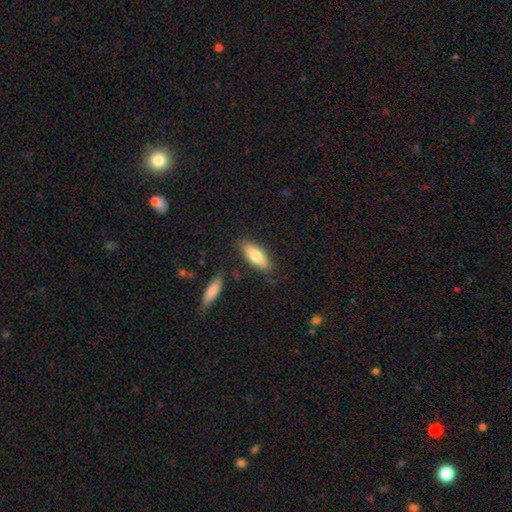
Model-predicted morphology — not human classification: smooth-or-featured: smooth: 76% | featured or disk: 19% | star or artifact: 6%
  how-rounded: in between: 66% | cigar-shaped: 32% | round: 2%
  merging: none: 82% | minor disturbance: 12% | merger: 3% | major disturbance: 3%